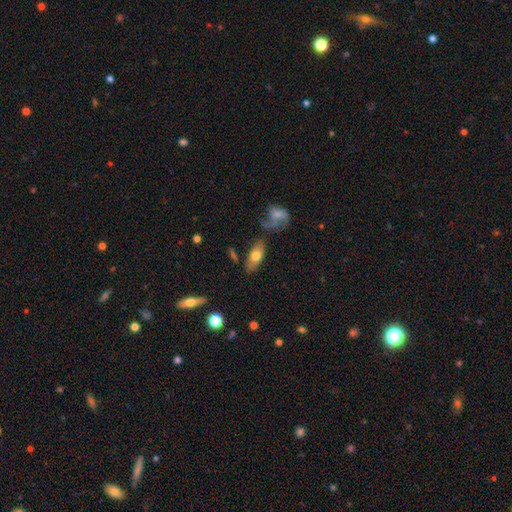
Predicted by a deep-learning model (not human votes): Smooth or featured? smooth (67%)
How rounded? in between (82%)
Merging? none (69%)